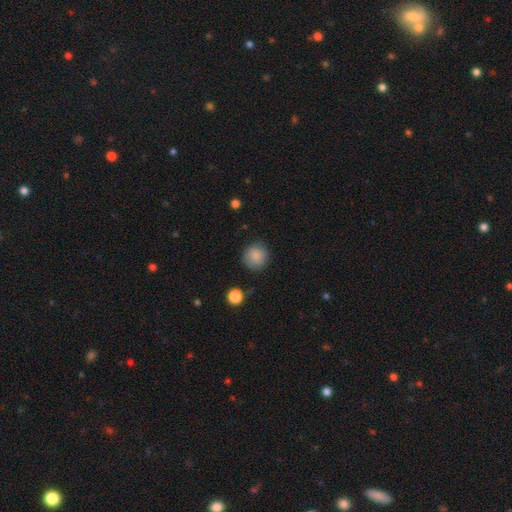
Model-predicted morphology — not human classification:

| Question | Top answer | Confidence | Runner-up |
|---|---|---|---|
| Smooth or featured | smooth | 86% | star or artifact (9%) |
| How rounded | round | 93% | in between (6%) |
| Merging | none | 84% | minor disturbance (11%) |